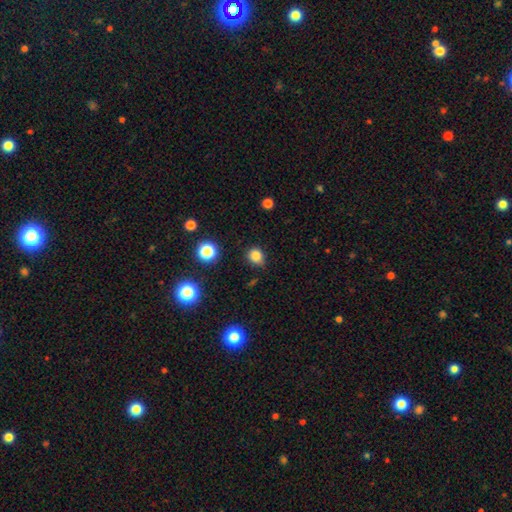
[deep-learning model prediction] Smooth or featured: smooth — 82% (star or artifact — 14%)
How rounded: round — 70% (in between — 30%)
Merging: none — 76% (minor disturbance — 18%)